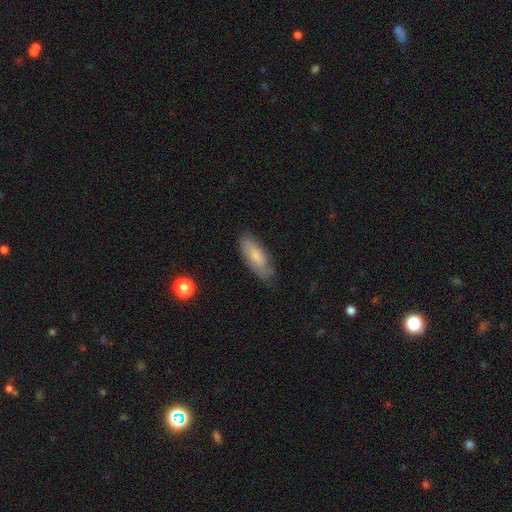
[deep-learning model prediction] Q: Smooth or featured?
A: smooth (71%); runner-up: featured or disk (23%)
Q: How rounded?
A: in between (72%); runner-up: cigar-shaped (26%)
Q: Merging?
A: none (67%); runner-up: minor disturbance (26%)